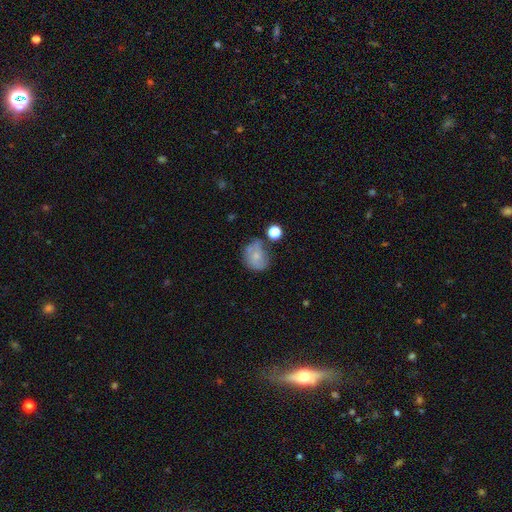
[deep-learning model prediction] This is likely a smooth galaxy (61%). How rounded: possibly round (57%). Merging: marginally none (42%).